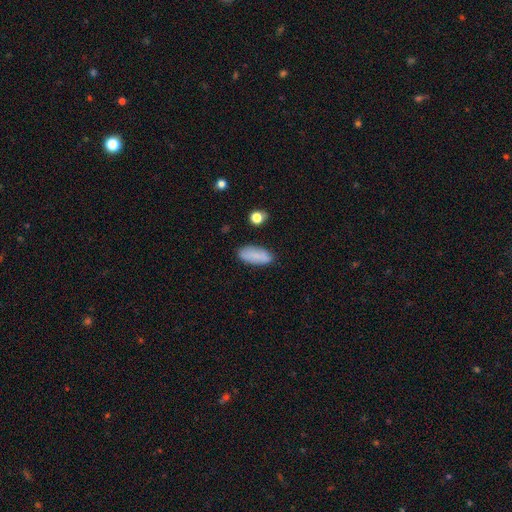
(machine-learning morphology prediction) smooth-or-featured: smooth: 84% | featured or disk: 9% | star or artifact: 7%
  how-rounded: in between: 84% | cigar-shaped: 14% | round: 2%
  merging: none: 81% | minor disturbance: 14% | major disturbance: 3% | merger: 2%